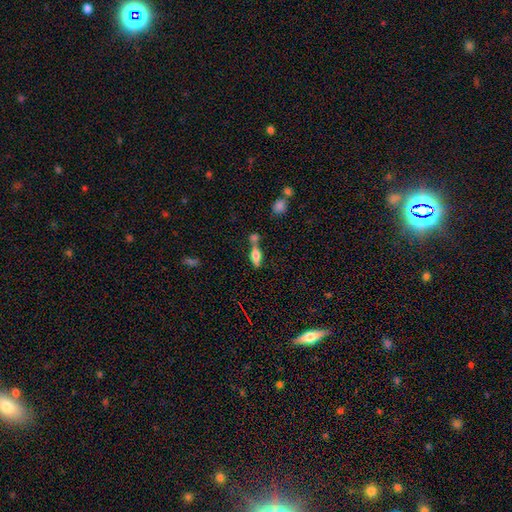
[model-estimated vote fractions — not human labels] Overall: smooth (53%; featured or disk 37%). How rounded: in between (57%; cigar-shaped 38%). Merging: none (49%; merger 33%).